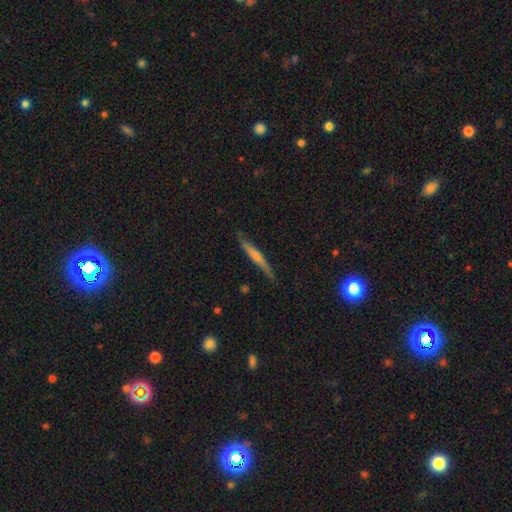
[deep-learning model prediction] Overall: featured or disk (50%; smooth 44%). Merging: none (82%).